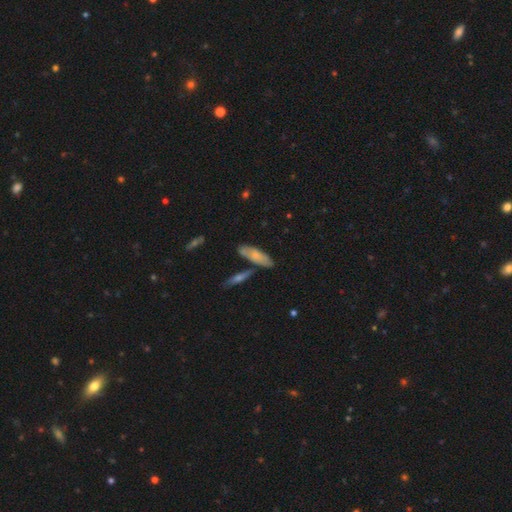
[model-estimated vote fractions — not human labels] Overall: smooth (66%; featured or disk 27%). How rounded: in between (60%; cigar-shaped 37%). Merging: none (64%).